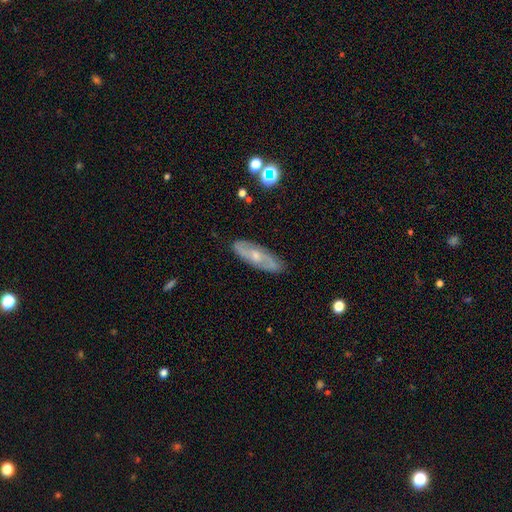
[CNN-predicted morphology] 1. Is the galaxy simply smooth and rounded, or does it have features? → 67% featured or disk, 25% smooth, 8% star or artifact.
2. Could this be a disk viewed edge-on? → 77% no, 23% yes.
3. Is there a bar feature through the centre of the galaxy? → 61% no, 30% weak, 9% strong.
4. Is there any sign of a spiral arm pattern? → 76% yes, 24% no.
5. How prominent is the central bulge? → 50% small, 45% moderate, 2% none, 2% large, 1% dominant.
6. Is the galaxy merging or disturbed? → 84% none, 12% minor disturbance, 3% major disturbance, 1% merger.